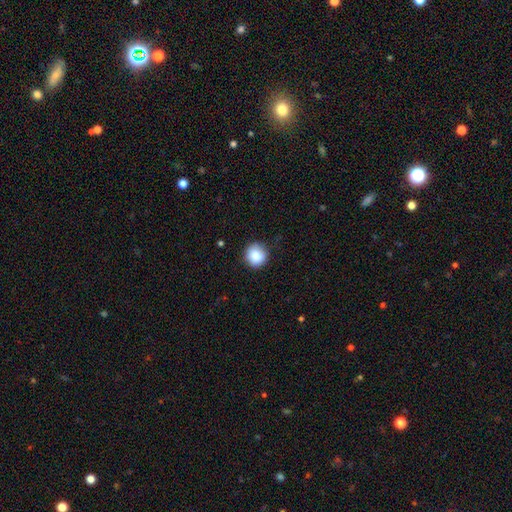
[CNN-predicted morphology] Smooth or featured?
  - smooth: 88% *
  - star or artifact: 8%
  - featured or disk: 4%
How rounded?
  - round: 93% *
  - in between: 6%
  - cigar-shaped: 1%
Merging?
  - none: 82% *
  - minor disturbance: 14%
  - major disturbance: 3%
  - merger: 1%